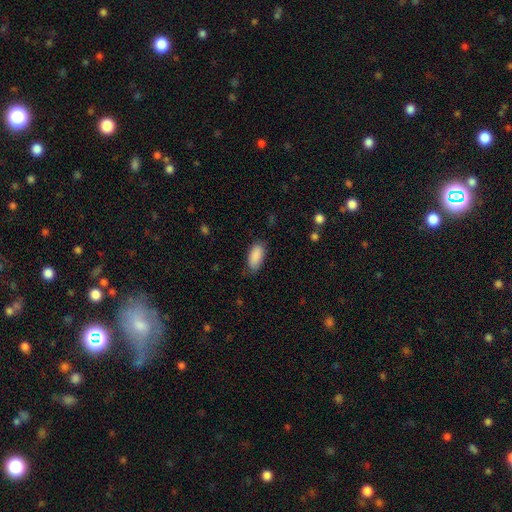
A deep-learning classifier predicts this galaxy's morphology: smooth-or-featured: smooth: 90% | star or artifact: 6% | featured or disk: 4%
  how-rounded: in between: 90% | cigar-shaped: 8% | round: 2%
  merging: none: 79% | minor disturbance: 16% | major disturbance: 4% | merger: 1%